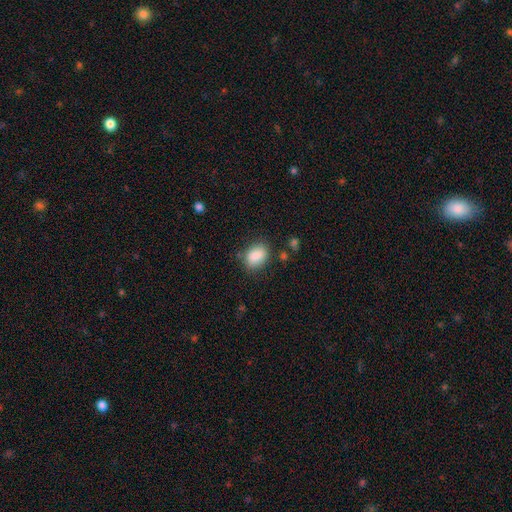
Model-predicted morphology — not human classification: This is clearly a smooth galaxy (87%). How rounded: likely in between (77%). Merging: likely none (76%).